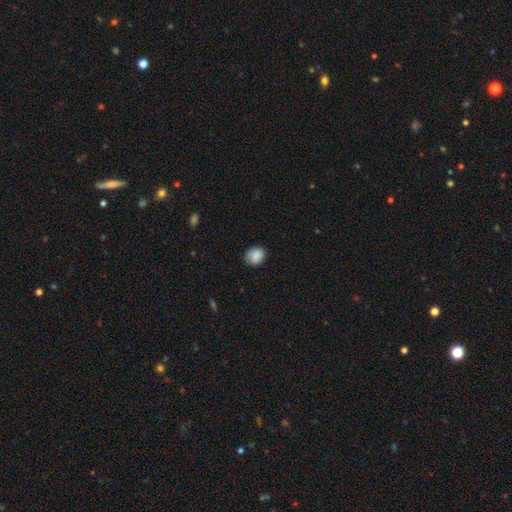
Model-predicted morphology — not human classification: Overall: smooth (86%). How rounded: round (50%; in between 49%). Merging: none (73%).